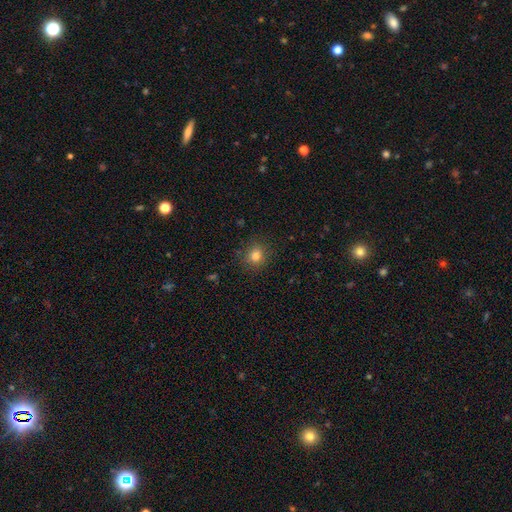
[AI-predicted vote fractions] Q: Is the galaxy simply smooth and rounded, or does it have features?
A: smooth — 81%.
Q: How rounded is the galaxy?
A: round — 82%.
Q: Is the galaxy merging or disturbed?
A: none — 88%.